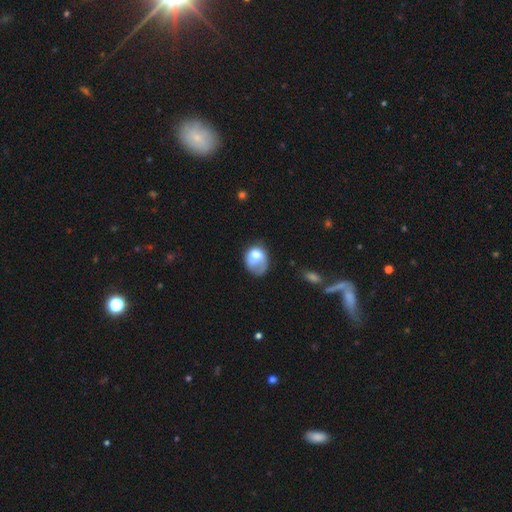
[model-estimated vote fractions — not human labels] The model was most divided on "merging": major disturbance: 34%, minor disturbance: 32%, none: 29%, merger: 5%. More confident: smooth or featured — smooth (69%); how rounded — in between (58%).